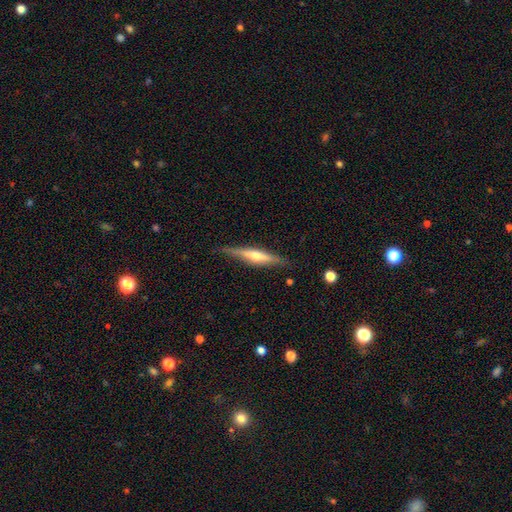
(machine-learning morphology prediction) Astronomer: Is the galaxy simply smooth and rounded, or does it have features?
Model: featured or disk — 67%.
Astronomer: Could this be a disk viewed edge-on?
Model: yes — 96%.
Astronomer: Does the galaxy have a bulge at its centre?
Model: rounded — 82%.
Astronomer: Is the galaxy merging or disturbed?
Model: none — 84%.